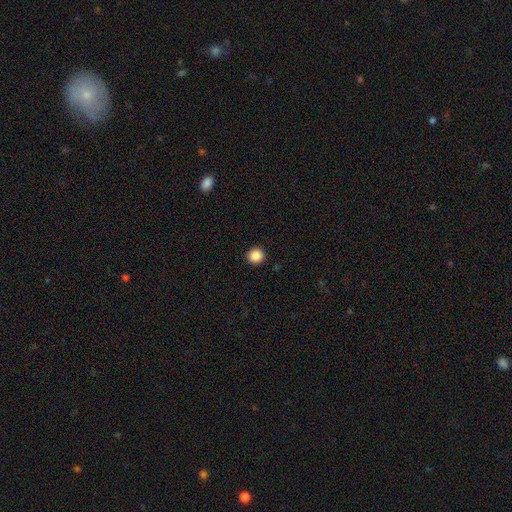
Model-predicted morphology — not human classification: smooth 88%, star or artifact 10%, featured or disk 3%. Down the decision tree: how rounded — round (94%); merging — none (93%).